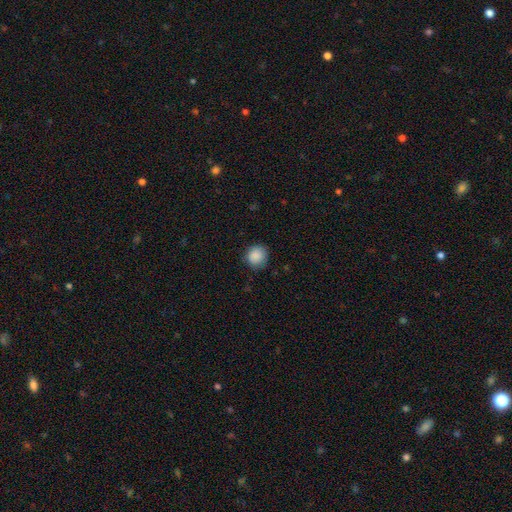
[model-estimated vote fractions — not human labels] Smooth or featured? smooth (88%)
How rounded? round (85%)
Merging? none (81%)